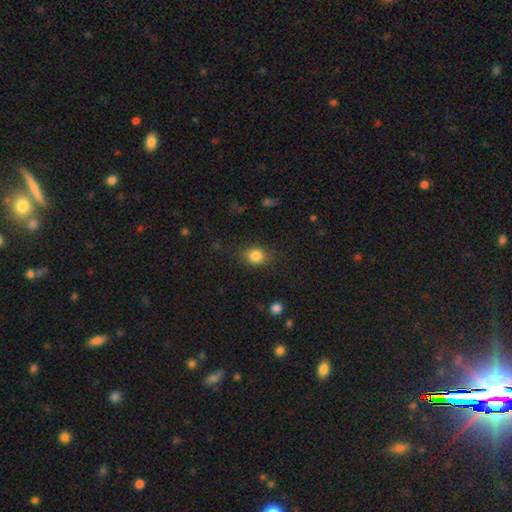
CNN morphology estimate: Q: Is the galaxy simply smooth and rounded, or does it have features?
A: smooth — 83%.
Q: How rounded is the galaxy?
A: round — 57%.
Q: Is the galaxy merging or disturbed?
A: none — 80%.